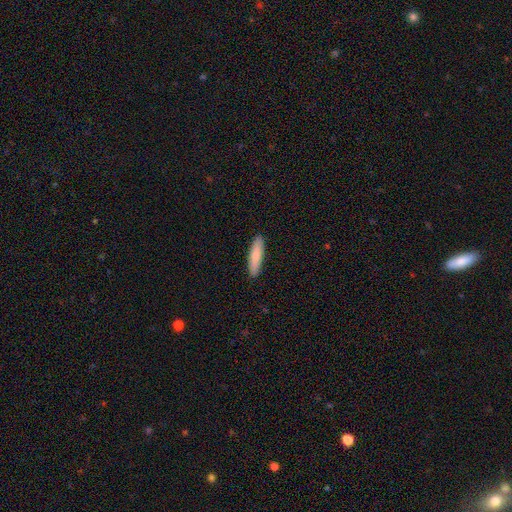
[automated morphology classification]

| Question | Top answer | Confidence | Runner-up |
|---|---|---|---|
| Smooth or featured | smooth | 82% | featured or disk (13%) |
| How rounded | cigar-shaped | 78% | in between (21%) |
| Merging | none | 90% | minor disturbance (7%) |